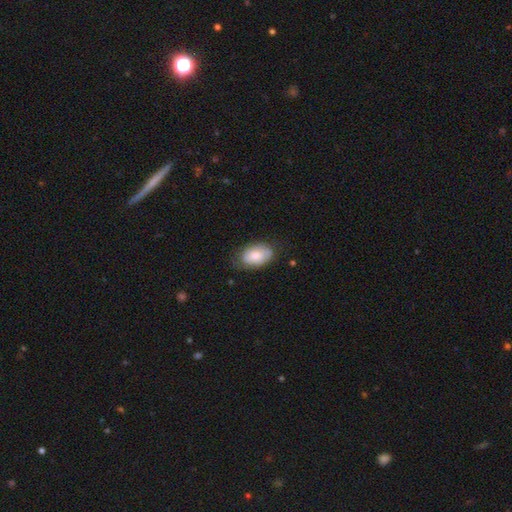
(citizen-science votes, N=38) A smooth galaxy with no disk features (74%) that is in between round and cigar-shaped (93%). Merging: none (83%).